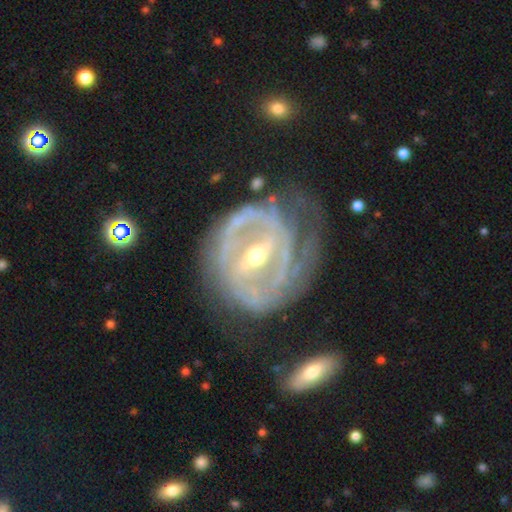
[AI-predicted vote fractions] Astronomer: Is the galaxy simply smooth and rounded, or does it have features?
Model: featured or disk — 90%.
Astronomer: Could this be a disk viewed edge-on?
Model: no — 95%.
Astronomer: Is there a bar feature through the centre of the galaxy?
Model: strong — 61%.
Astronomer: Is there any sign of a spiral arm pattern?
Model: yes — 90%.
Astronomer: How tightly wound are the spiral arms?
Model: tight — 61%.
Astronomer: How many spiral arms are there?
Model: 2 — 41% (runner-up: can't tell, 29%).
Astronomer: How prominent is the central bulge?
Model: moderate — 51% (runner-up: small, 46%).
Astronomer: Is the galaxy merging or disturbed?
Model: none — 59%.